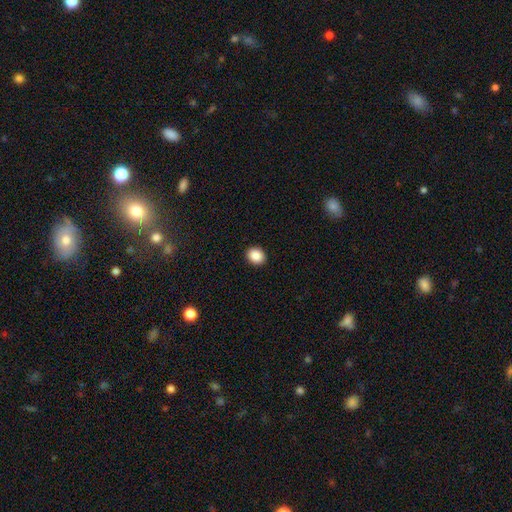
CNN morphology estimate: type=smooth (89%); roundness=round (56%); merging=none (92%).